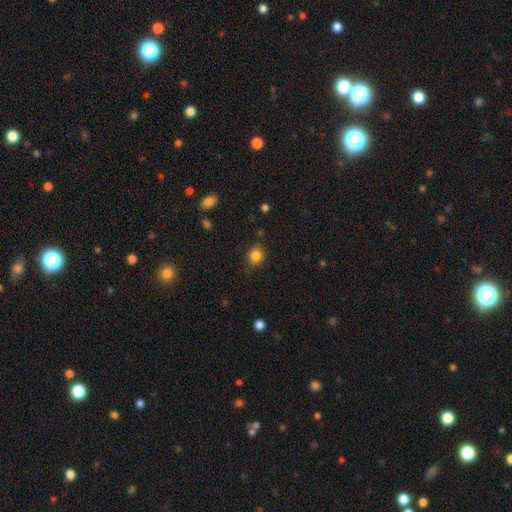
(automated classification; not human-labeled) smooth-or-featured: smooth: 84% | star or artifact: 11% | featured or disk: 5%
  how-rounded: round: 75% | in between: 24% | cigar-shaped: 1%
  merging: none: 80% | minor disturbance: 15% | major disturbance: 4% | merger: 2%